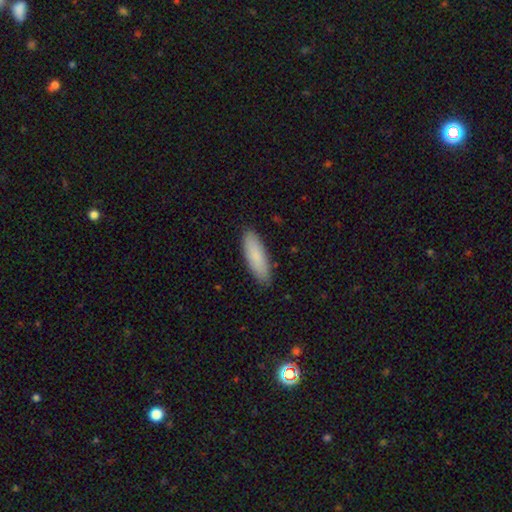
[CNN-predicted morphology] A smooth galaxy with no disk features (85%) that is in between round and cigar-shaped (52%). Merging: none (87%).